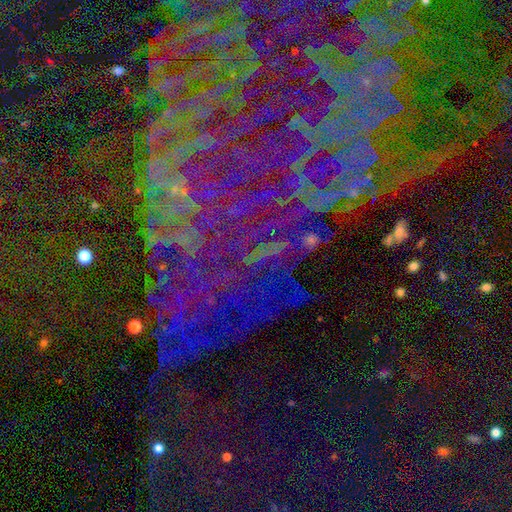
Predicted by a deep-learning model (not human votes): This is likely a star or artifact rather than a galaxy (75%).